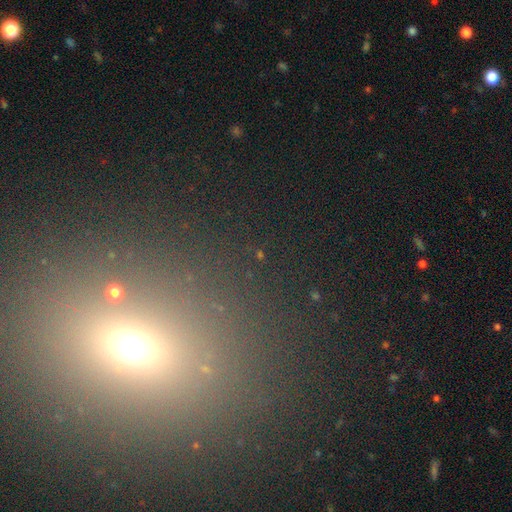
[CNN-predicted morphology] Overall: star or artifact (46%; smooth 44%).